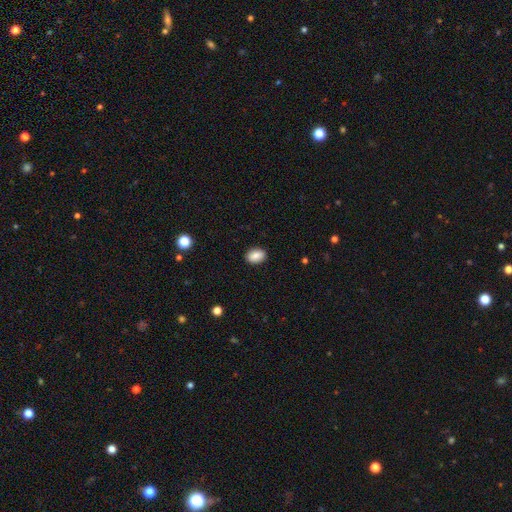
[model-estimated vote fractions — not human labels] smooth 86%, star or artifact 8%, featured or disk 6%. Down the decision tree: how rounded — in between (80%); merging — none (89%).